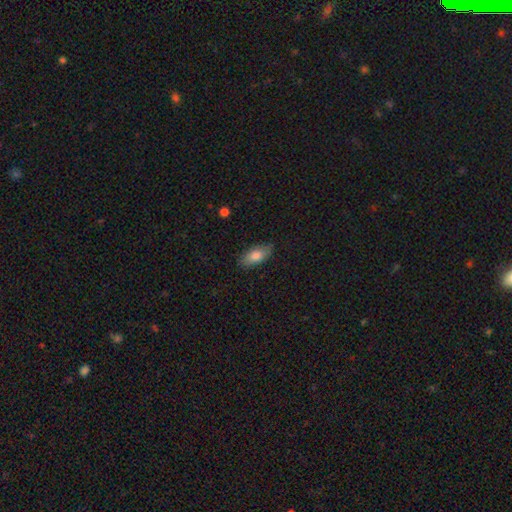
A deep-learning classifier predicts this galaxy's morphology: Smooth or featured?
  - smooth: 79% *
  - featured or disk: 15%
  - star or artifact: 6%
How rounded?
  - in between: 88% *
  - cigar-shaped: 9%
  - round: 3%
Merging?
  - none: 83% *
  - minor disturbance: 13%
  - major disturbance: 3%
  - merger: 1%